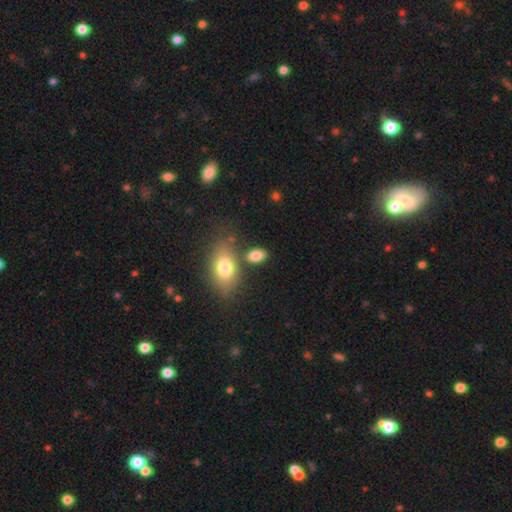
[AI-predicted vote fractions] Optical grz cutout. It shows a smooth galaxy with no disk features (83%) that is in between round and cigar-shaped (85%). Merging: none (69%).